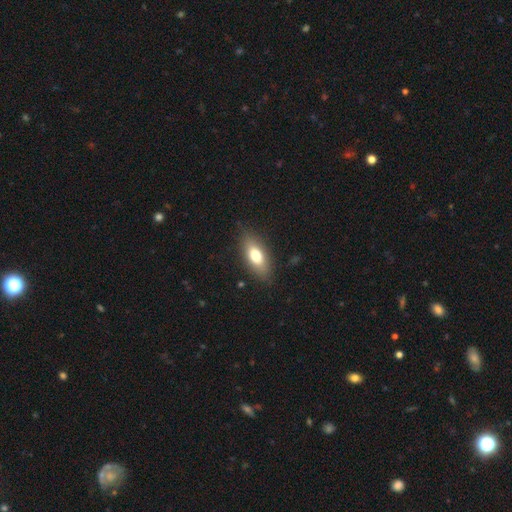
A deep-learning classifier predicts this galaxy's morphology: Smooth or featured? smooth (73%)
How rounded? in between (80%)
Merging? none (82%)